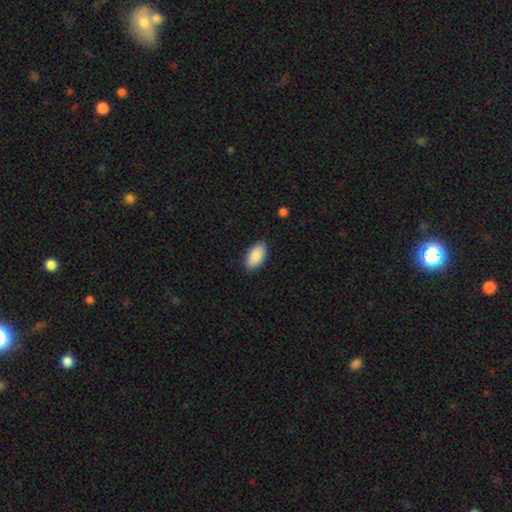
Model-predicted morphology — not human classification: smooth-or-featured: smooth: 89% | star or artifact: 6% | featured or disk: 6%
  how-rounded: in between: 95% | cigar-shaped: 3% | round: 2%
  merging: none: 87% | minor disturbance: 10% | major disturbance: 2% | merger: 1%